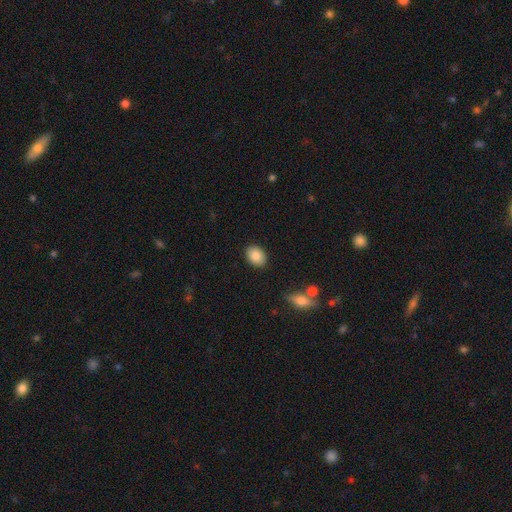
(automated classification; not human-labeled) A smooth galaxy with no disk features (86%) that is in between round and cigar-shaped (72%). Merging: none (88%).